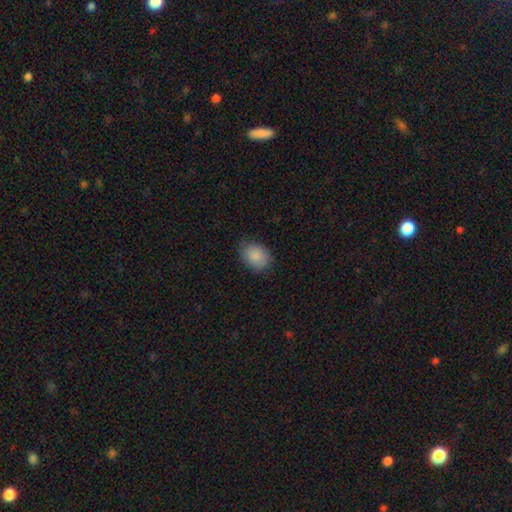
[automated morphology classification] Smooth or featured? smooth (87%)
How rounded? in between (64%)
Merging? none (76%)